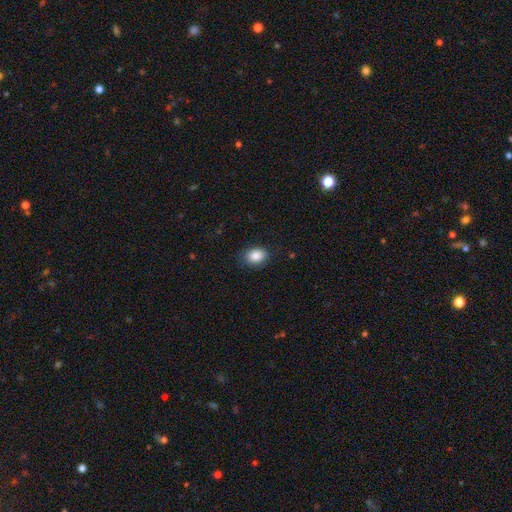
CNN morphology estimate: Smooth or featured? smooth (86%)
How rounded? in between (70%)
Merging? none (82%)